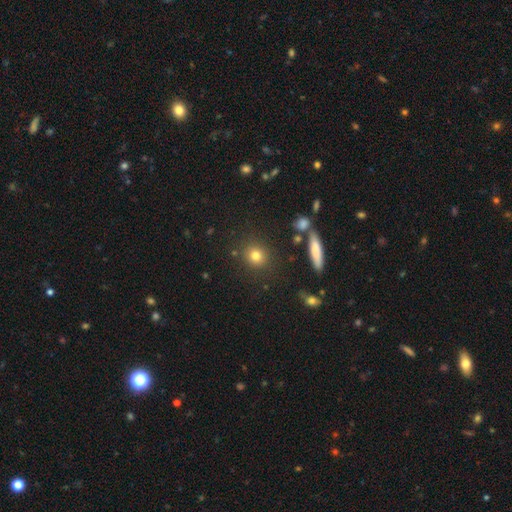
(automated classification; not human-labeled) This is likely a smooth galaxy (79%). How rounded: clearly round (83%). Merging: clearly none (85%).